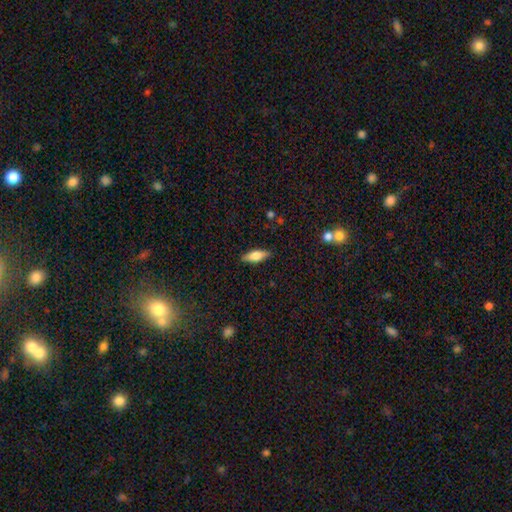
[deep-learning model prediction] Smooth or featured?
  - smooth: 69% *
  - featured or disk: 24%
  - star or artifact: 7%
How rounded?
  - in between: 63% *
  - cigar-shaped: 34%
  - round: 2%
Merging?
  - none: 87% *
  - minor disturbance: 10%
  - major disturbance: 2%
  - merger: 1%